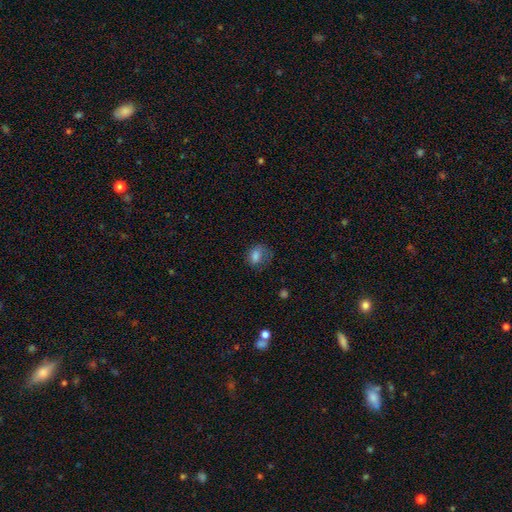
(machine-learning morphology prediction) smooth 77%, featured or disk 12%, star or artifact 11%. Down the decision tree: how rounded — in between (65%); merging — none (49%).